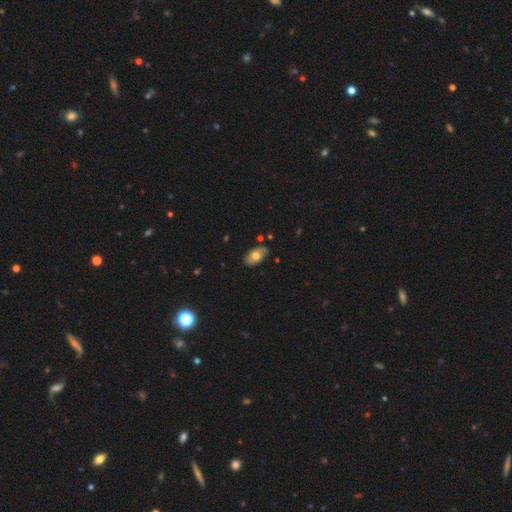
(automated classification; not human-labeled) smooth-or-featured: smooth: 66% | featured or disk: 26% | star or artifact: 8%
  how-rounded: in between: 93% | round: 5% | cigar-shaped: 2%
  merging: none: 80% | minor disturbance: 15% | major disturbance: 3% | merger: 2%